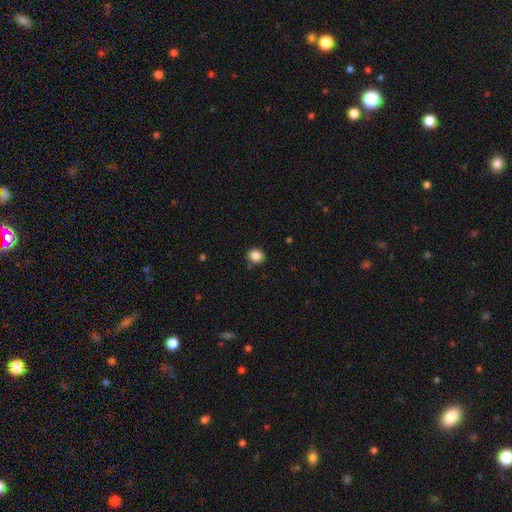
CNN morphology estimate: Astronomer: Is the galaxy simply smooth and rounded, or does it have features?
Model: smooth — 86%.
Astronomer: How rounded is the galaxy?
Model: round — 80%.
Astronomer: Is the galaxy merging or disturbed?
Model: none — 84%.